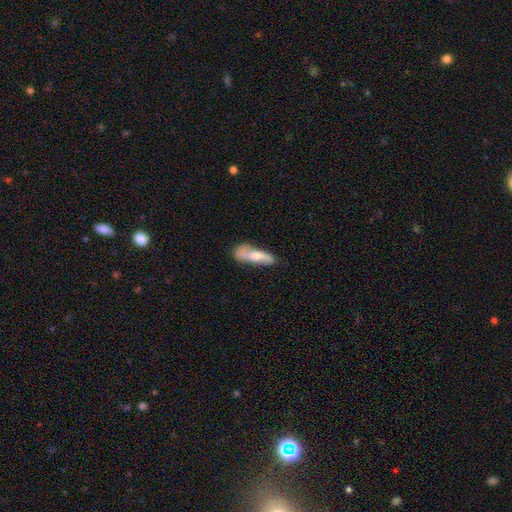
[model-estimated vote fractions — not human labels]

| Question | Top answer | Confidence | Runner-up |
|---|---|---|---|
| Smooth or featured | smooth | 52% | featured or disk (42%) |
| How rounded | cigar-shaped | 58% | in between (39%) |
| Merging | none | 62% | minor disturbance (26%) |